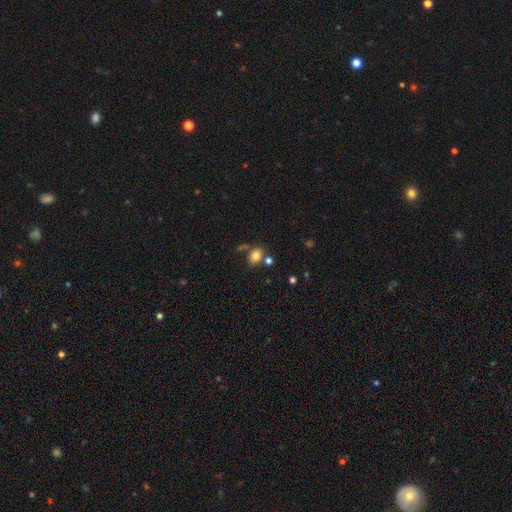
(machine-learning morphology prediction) Overall: smooth (80%). How rounded: in between (62%; round 37%). Merging: none (60%; merger 20%).